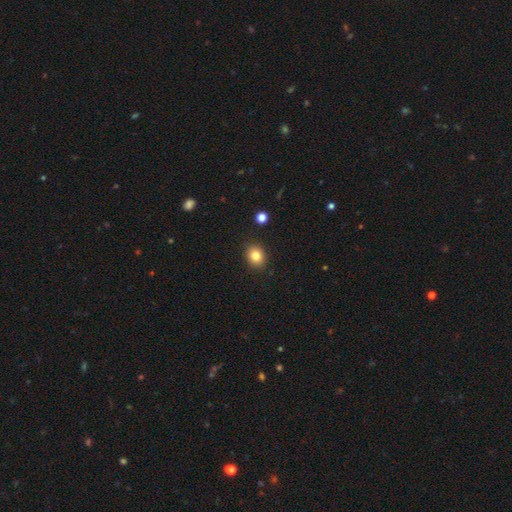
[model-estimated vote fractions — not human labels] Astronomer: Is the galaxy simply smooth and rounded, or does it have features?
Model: smooth — 83%.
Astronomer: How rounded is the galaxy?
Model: round — 60% (runner-up: in between, 39%).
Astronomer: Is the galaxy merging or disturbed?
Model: none — 88%.